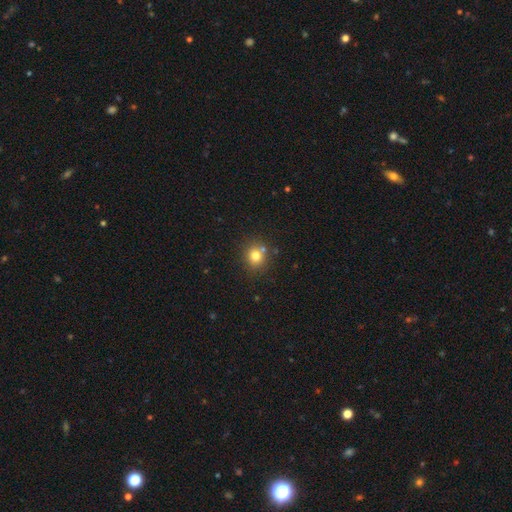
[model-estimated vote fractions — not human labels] Smooth or featured? Predicted: smooth (p=0.78). How rounded? Predicted: round (p=0.82). Merging? Predicted: none (p=0.74).